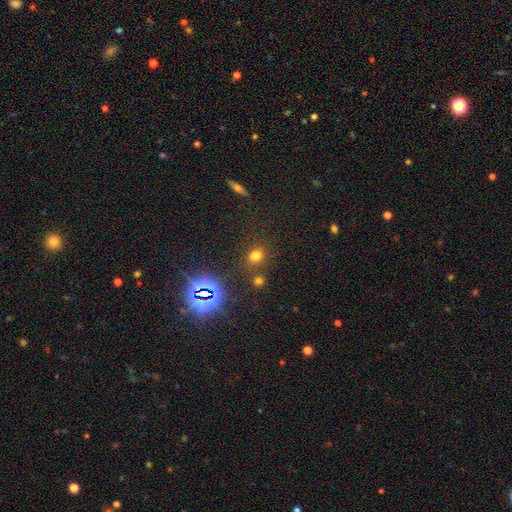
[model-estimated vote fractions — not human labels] Q: Smooth or featured?
A: smooth (67%); runner-up: star or artifact (27%)
Q: How rounded?
A: round (74%); runner-up: in between (25%)
Q: Merging?
A: none (79%); runner-up: minor disturbance (10%)